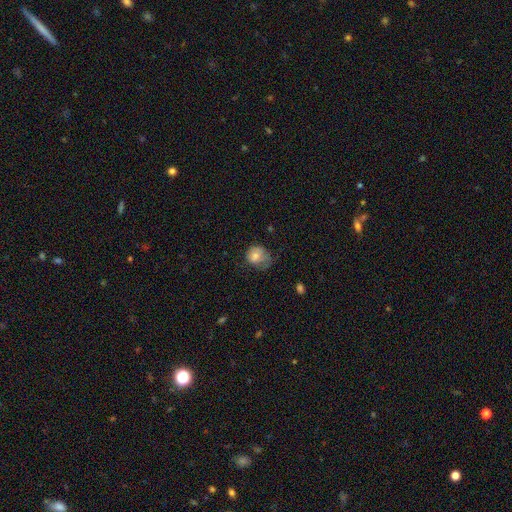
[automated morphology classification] Smooth or featured?
  - smooth: 76% *
  - featured or disk: 15%
  - star or artifact: 8%
How rounded?
  - round: 67% *
  - in between: 32%
  - cigar-shaped: 1%
Merging?
  - none: 35% *
  - minor disturbance: 34%
  - major disturbance: 29%
  - merger: 2%